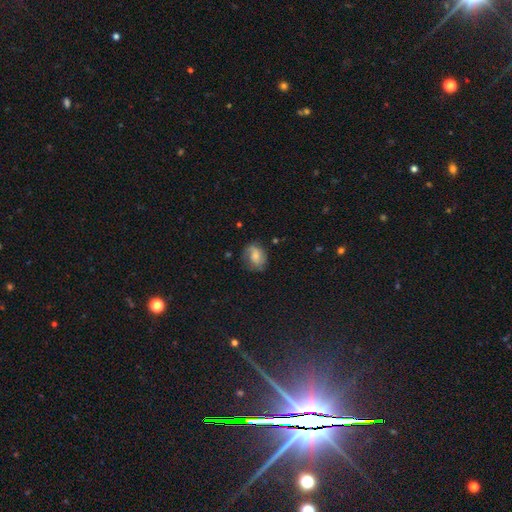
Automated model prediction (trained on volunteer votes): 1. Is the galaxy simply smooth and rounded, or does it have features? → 52% smooth, 38% featured or disk, 10% star or artifact.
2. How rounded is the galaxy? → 54% in between, 44% round, 1% cigar-shaped.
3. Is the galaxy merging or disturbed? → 62% none, 25% minor disturbance, 11% major disturbance, 2% merger.